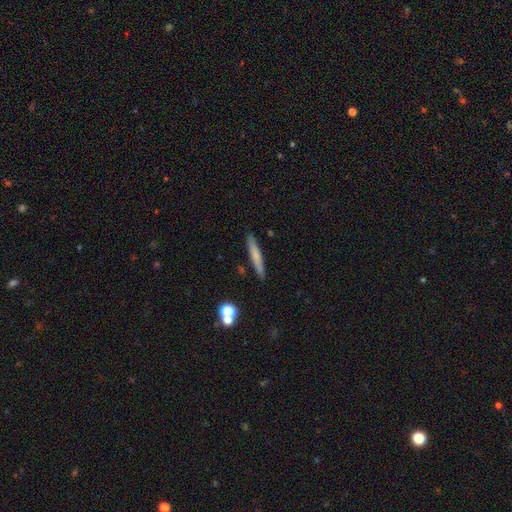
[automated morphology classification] This is likely a smooth galaxy (68%). How rounded: clearly cigar-shaped (94%). Merging: clearly none (88%).